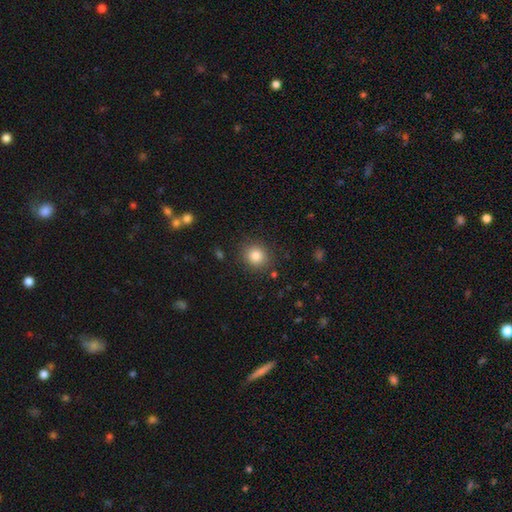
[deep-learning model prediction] Morphology: type=smooth (83%); roundness=round (84%); merging=none (88%).